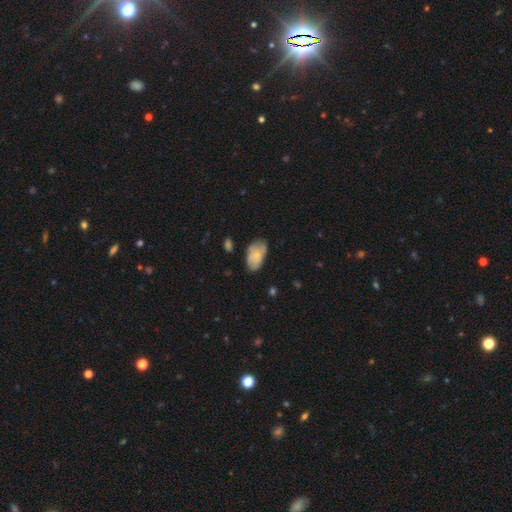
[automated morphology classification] Smooth or featured?
  - smooth: 68% *
  - featured or disk: 25%
  - star or artifact: 7%
How rounded?
  - in between: 93% *
  - round: 5%
  - cigar-shaped: 2%
Merging?
  - none: 63% *
  - minor disturbance: 28%
  - major disturbance: 6%
  - merger: 3%